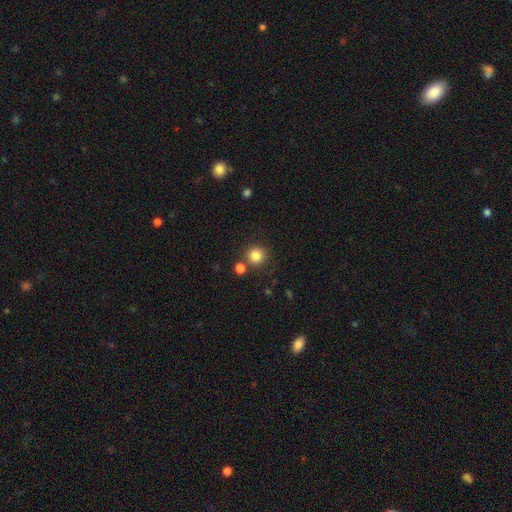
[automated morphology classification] This is clearly a smooth galaxy (84%). How rounded: clearly round (93%). Merging: likely none (78%).